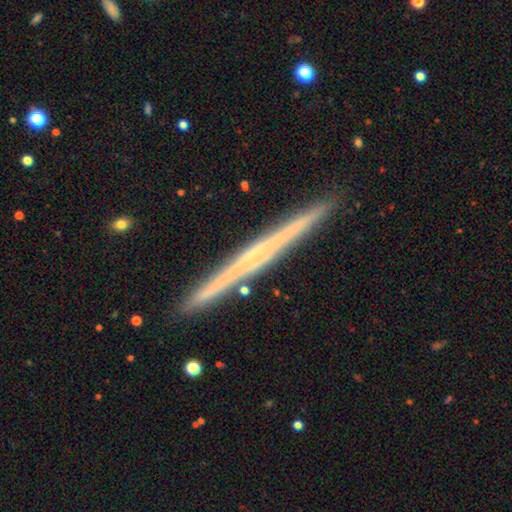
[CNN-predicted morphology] type=featured or disk (70%); edge-on=yes (98%); edge-on bulge=none (76%); merging=none (92%).